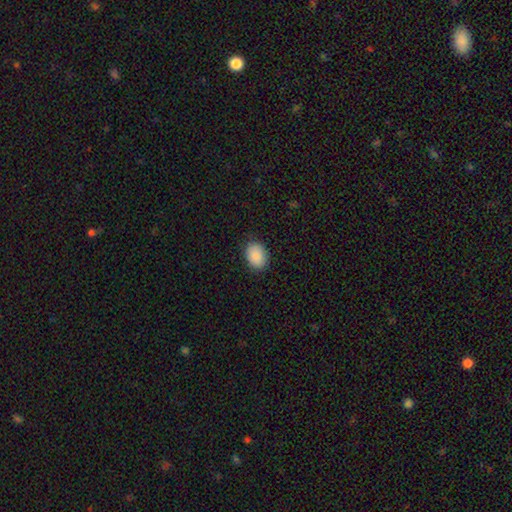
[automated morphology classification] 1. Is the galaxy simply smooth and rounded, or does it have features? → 90% smooth, 7% star or artifact, 3% featured or disk.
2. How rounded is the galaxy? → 69% in between, 30% round, 1% cigar-shaped.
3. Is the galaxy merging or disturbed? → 86% none, 10% minor disturbance, 2% major disturbance, 1% merger.